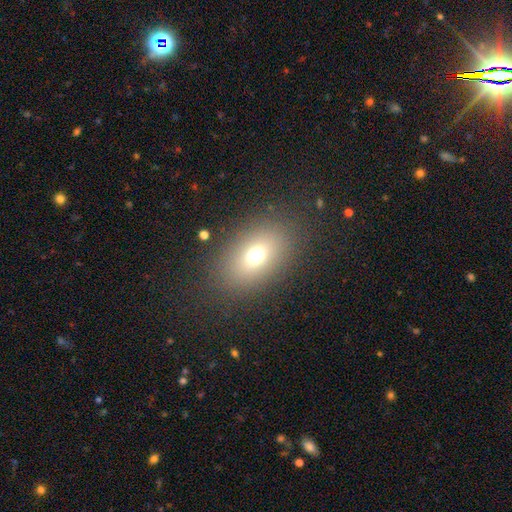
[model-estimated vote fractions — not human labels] Smooth or featured? smooth (70%)
How rounded? in between (81%)
Merging? none (83%)